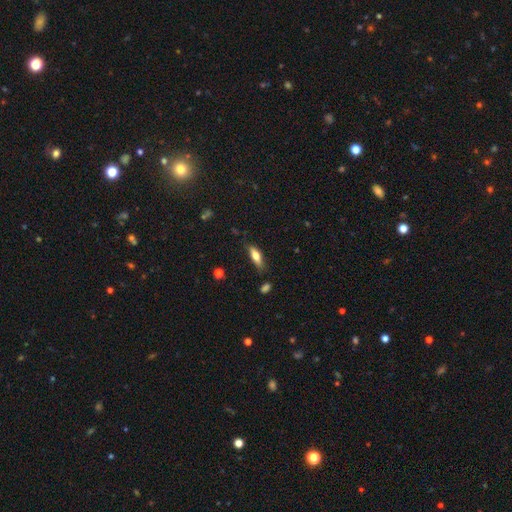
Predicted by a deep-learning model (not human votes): This is likely a smooth galaxy (66%). How rounded: possibly in between (52%). Merging: likely none (78%).